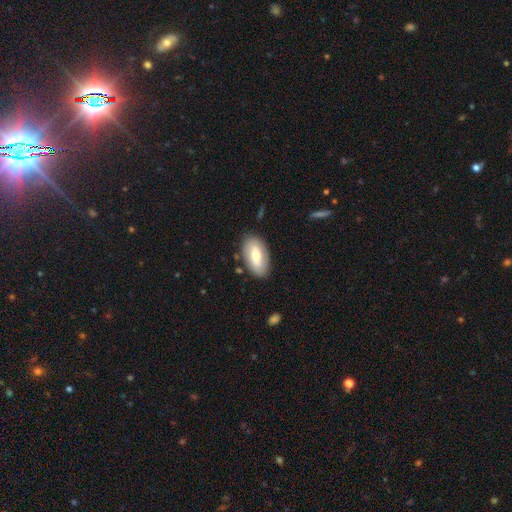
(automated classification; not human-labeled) A smooth galaxy with no disk features (61%) that is in between round and cigar-shaped (93%).

Vote fractions:
- Smooth or featured? smooth: 61% / featured or disk: 33% / star or artifact: 6%
- How rounded? in between: 93% / cigar-shaped: 4% / round: 3%
- Merging? none: 84% / minor disturbance: 11% / major disturbance: 3% / merger: 2%